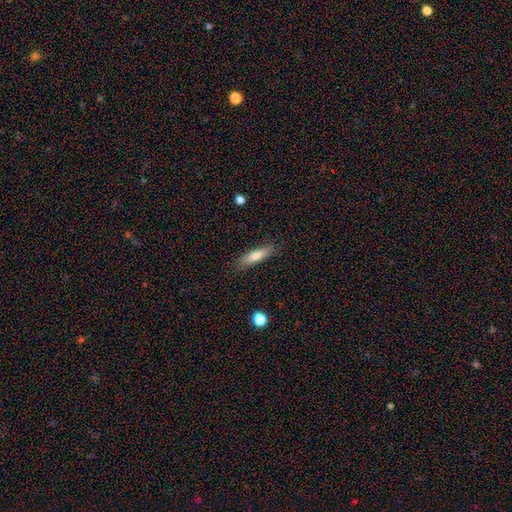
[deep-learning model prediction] smooth_or_featured: smooth (p=0.74) [alt: featured or disk p=0.19]
how_rounded: cigar-shaped (p=0.76) [alt: in between p=0.22]
merging: none (p=0.86) [alt: minor disturbance p=0.10]